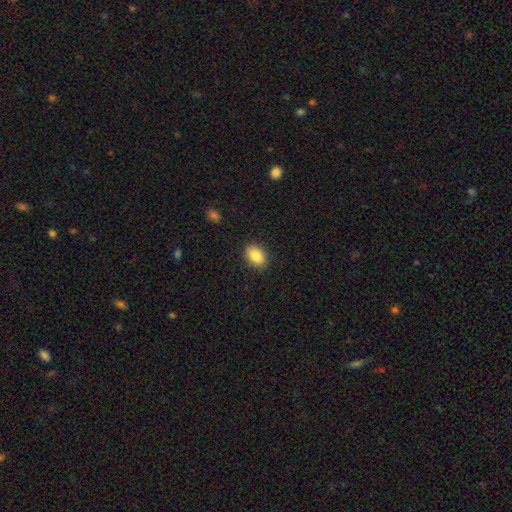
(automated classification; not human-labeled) Smooth or featured?
  - smooth: 86% *
  - star or artifact: 8%
  - featured or disk: 6%
How rounded?
  - in between: 75% *
  - round: 24%
  - cigar-shaped: 1%
Merging?
  - none: 88% *
  - minor disturbance: 9%
  - major disturbance: 2%
  - merger: 1%